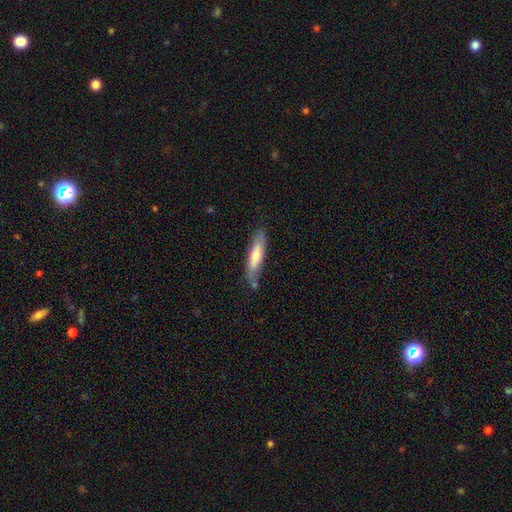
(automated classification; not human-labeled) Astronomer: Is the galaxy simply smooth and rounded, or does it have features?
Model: smooth — 58% (runner-up: featured or disk, 36%).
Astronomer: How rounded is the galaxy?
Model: cigar-shaped — 81%.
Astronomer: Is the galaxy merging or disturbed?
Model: none — 74%.